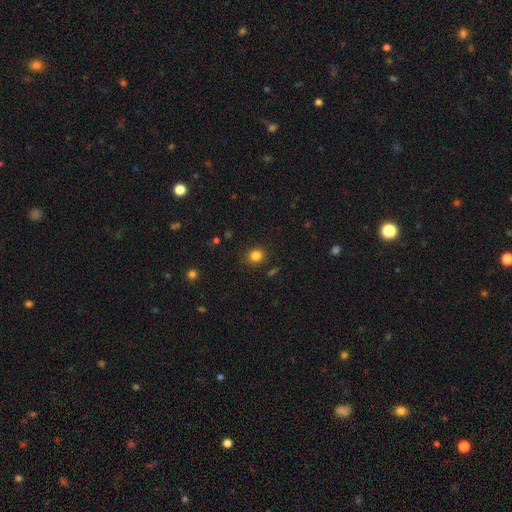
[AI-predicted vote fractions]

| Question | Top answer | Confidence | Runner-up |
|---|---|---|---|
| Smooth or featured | smooth | 83% | star or artifact (12%) |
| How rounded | round | 80% | in between (19%) |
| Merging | none | 87% | minor disturbance (8%) |